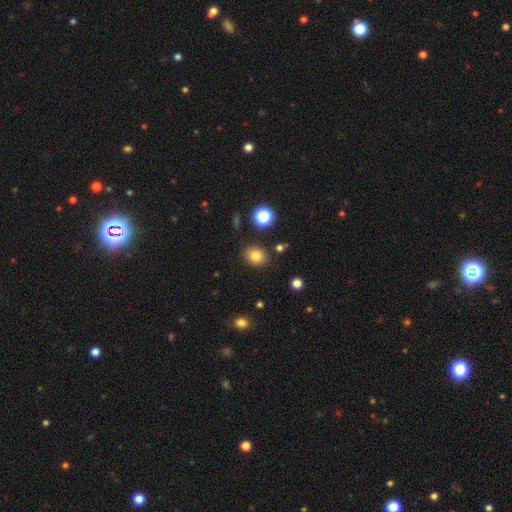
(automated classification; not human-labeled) Smooth or featured? smooth (81%)
How rounded? round (60%)
Merging? none (86%)